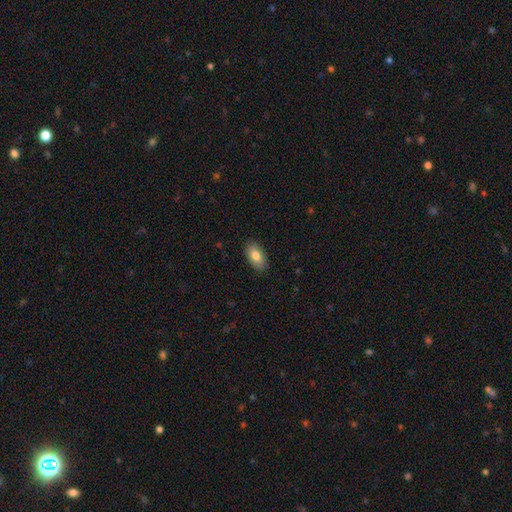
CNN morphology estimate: This appears to be a smooth galaxy with no disk features (81%) that is in between round and cigar-shaped (93%). Merging: none (88%).